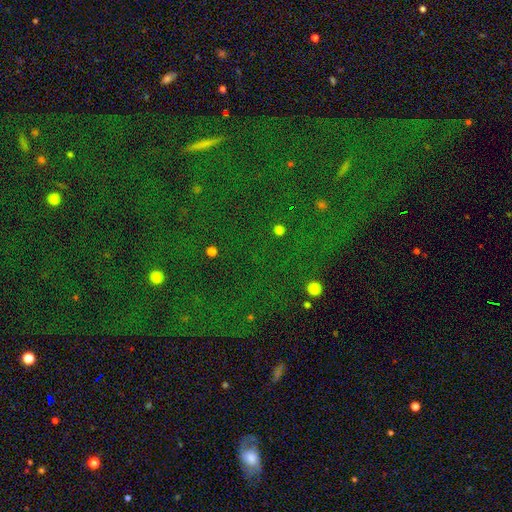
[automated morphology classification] This is clearly a star or artifact rather than a galaxy (81%).